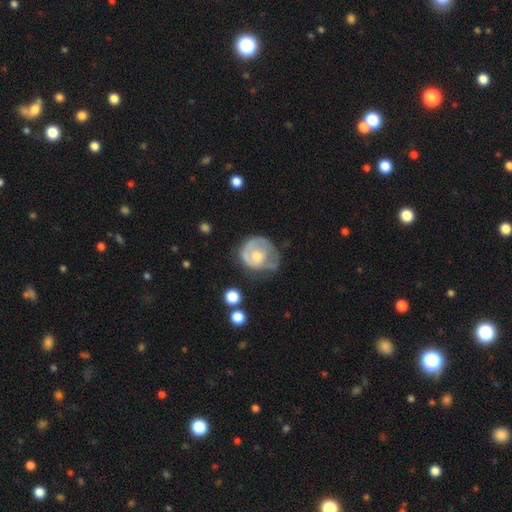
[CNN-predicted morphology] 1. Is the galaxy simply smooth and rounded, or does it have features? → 52% featured or disk, 42% smooth, 6% star or artifact.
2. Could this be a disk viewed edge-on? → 97% no, 3% yes.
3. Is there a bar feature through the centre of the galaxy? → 78% no, 19% weak, 3% strong.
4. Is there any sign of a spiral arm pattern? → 55% yes, 45% no.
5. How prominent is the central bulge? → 53% moderate, 28% small, 11% large, 7% none, 2% dominant.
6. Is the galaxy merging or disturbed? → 41% none, 30% minor disturbance, 26% major disturbance, 3% merger.